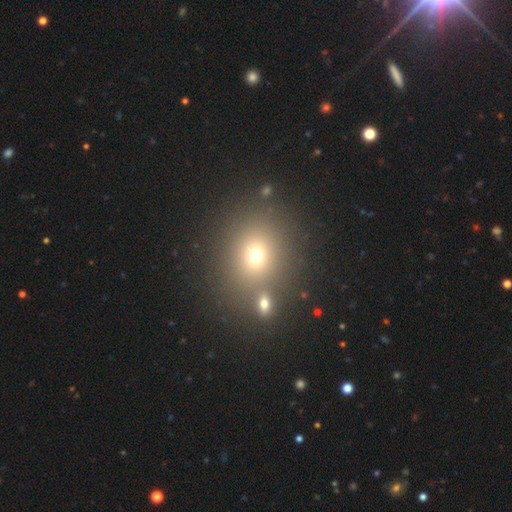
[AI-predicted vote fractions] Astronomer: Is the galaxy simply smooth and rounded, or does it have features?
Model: smooth — 66%.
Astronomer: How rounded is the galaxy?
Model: round — 75%.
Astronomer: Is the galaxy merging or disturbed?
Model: none — 71%.